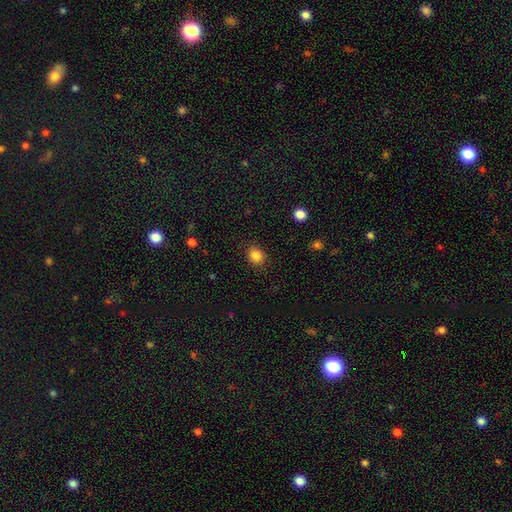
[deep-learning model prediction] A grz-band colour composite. It shows a smooth galaxy with no disk features (85%) that is round (66%). Merging: none (87%).